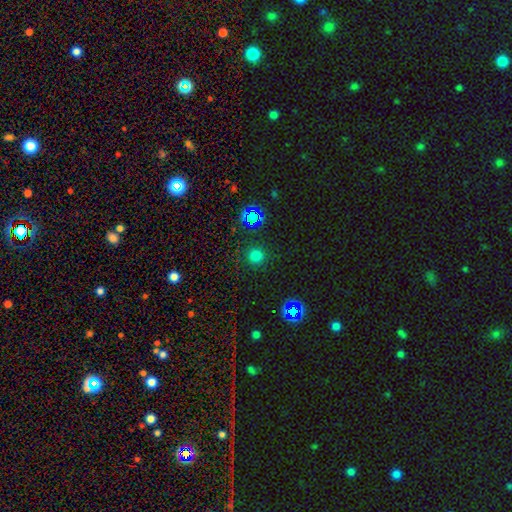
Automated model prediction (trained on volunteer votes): Smooth or featured? Predicted: smooth (p=0.73). How rounded? Predicted: round (p=0.95). Merging? Predicted: none (p=0.90).